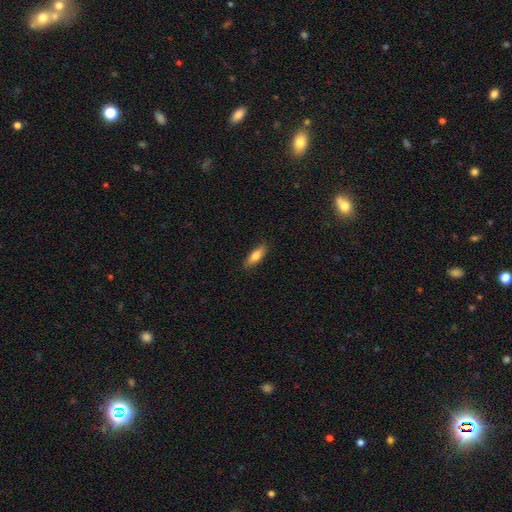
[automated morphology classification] Smooth or featured? smooth (72%)
How rounded? in between (52%)
Merging? none (87%)